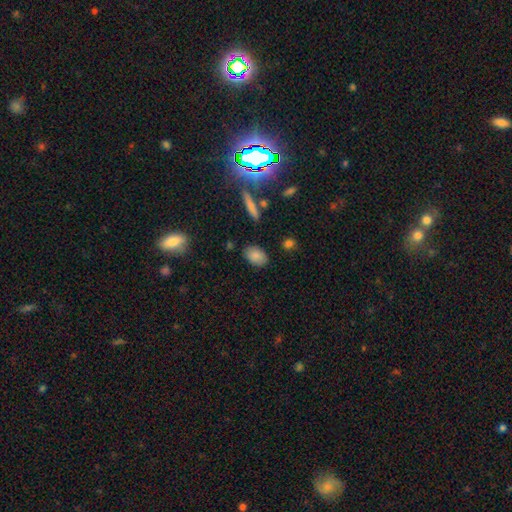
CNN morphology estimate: smooth_or_featured: smooth (p=0.85) [alt: star or artifact p=0.08]
how_rounded: in between (p=0.87) [alt: round p=0.11]
merging: none (p=0.84) [alt: minor disturbance p=0.11]